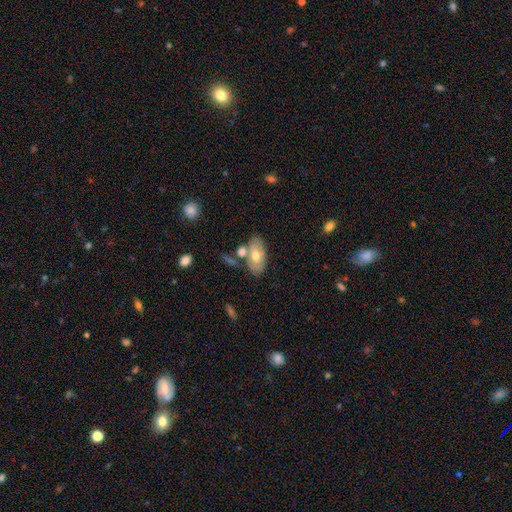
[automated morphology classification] Smooth or featured? smooth (61%)
How rounded? in between (91%)
Merging? none (56%)